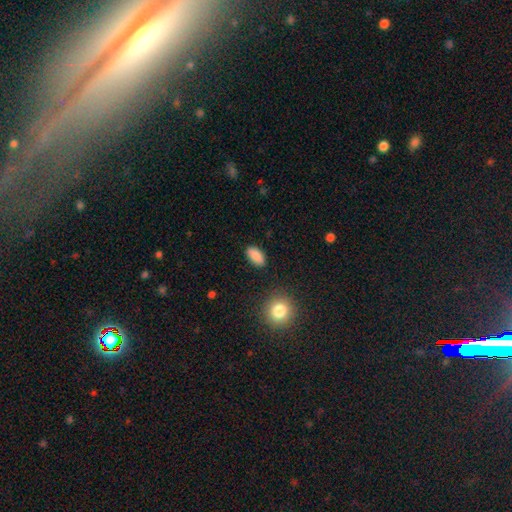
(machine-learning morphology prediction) Overall: smooth (88%). How rounded: in between (91%). Merging: none (87%).